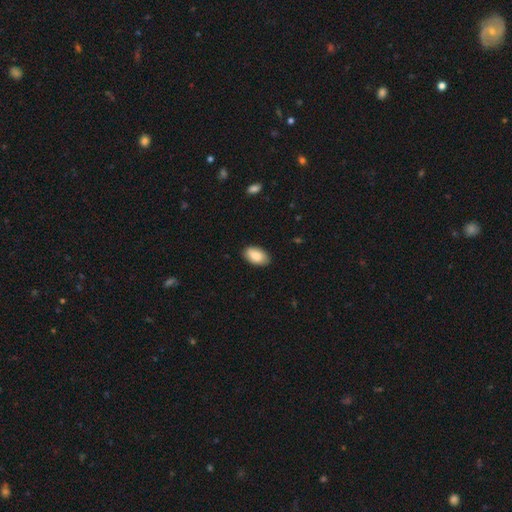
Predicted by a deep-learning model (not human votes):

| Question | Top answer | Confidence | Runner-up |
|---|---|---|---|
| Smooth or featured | smooth | 86% | featured or disk (7%) |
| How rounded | in between | 94% | round (4%) |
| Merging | none | 86% | minor disturbance (11%) |